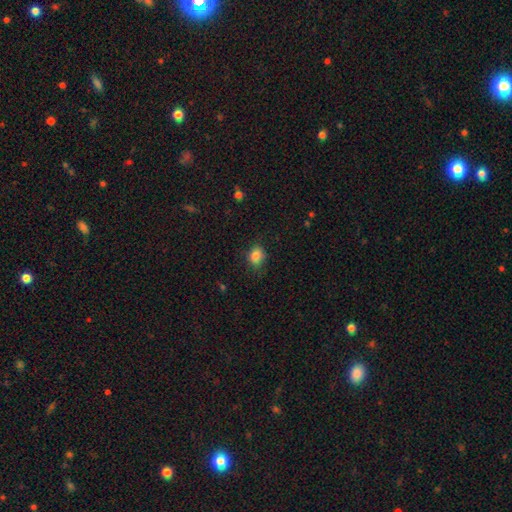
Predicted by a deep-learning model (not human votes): smooth-or-featured: smooth: 84% | star or artifact: 10% | featured or disk: 6%
  how-rounded: round: 57% | in between: 42% | cigar-shaped: 1%
  merging: none: 75% | minor disturbance: 19% | major disturbance: 4% | merger: 1%